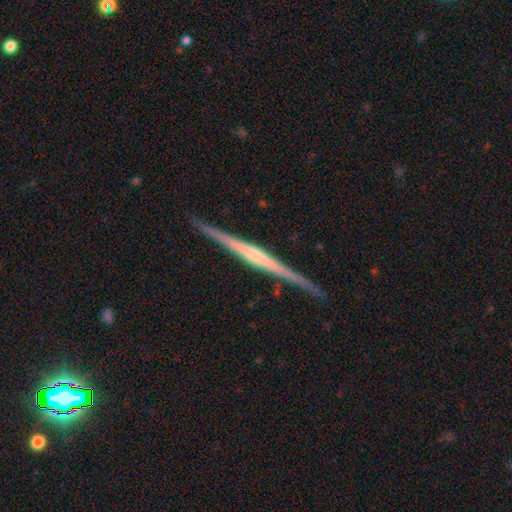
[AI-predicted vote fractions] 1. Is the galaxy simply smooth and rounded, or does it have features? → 80% featured or disk, 15% smooth, 5% star or artifact.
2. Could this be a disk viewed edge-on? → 98% yes, 2% no.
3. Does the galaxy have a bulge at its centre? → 43% none, 39% rounded, 18% boxy.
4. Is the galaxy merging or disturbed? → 90% none, 7% minor disturbance, 1% major disturbance, 1% merger.